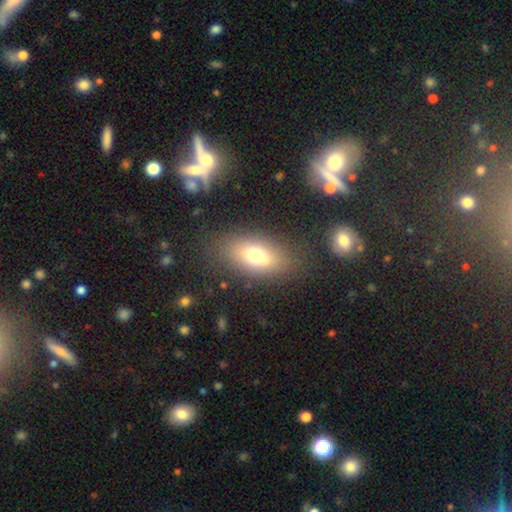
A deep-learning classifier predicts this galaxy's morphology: This is likely a smooth galaxy (68%). How rounded: clearly in between (83%). Merging: likely none (77%).